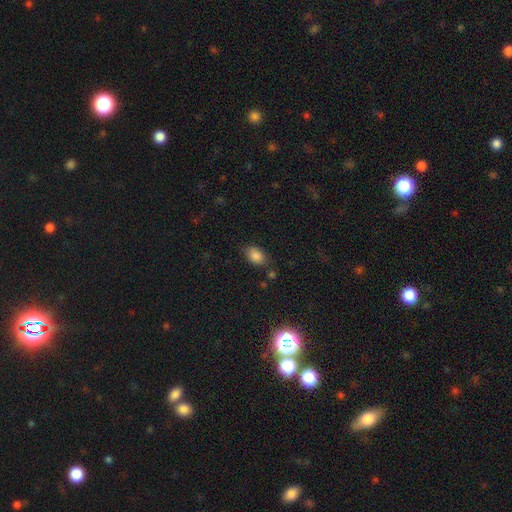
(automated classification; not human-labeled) This appears to be a smooth galaxy with no disk features (84%) that is in between round and cigar-shaped (84%). Merging: none (74%).